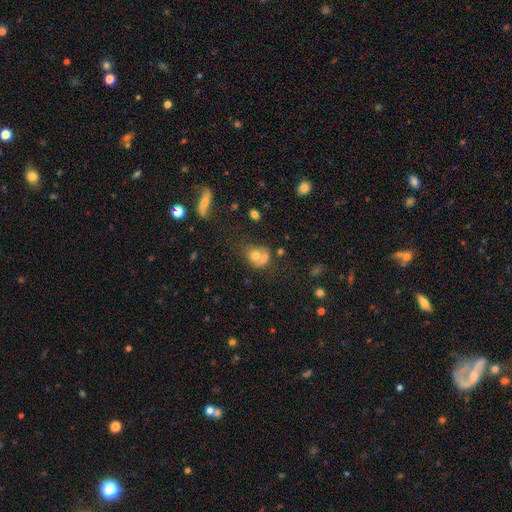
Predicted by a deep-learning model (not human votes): Morphology: type=smooth (65%); roundness=round (55%); merging=merger (59%).